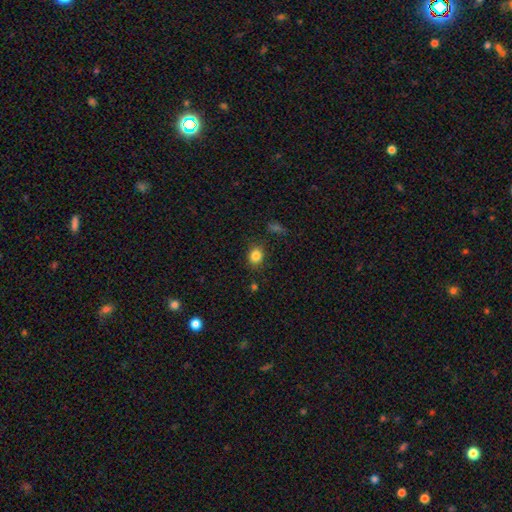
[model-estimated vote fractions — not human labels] This is clearly a smooth galaxy (84%). How rounded: possibly round (56%). Merging: clearly none (83%).